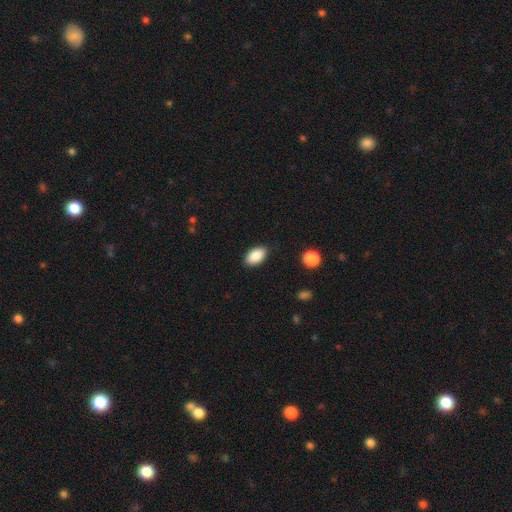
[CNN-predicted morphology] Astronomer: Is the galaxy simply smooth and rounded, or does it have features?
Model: smooth — 88%.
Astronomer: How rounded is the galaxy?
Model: in between — 93%.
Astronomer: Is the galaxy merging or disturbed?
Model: none — 86%.